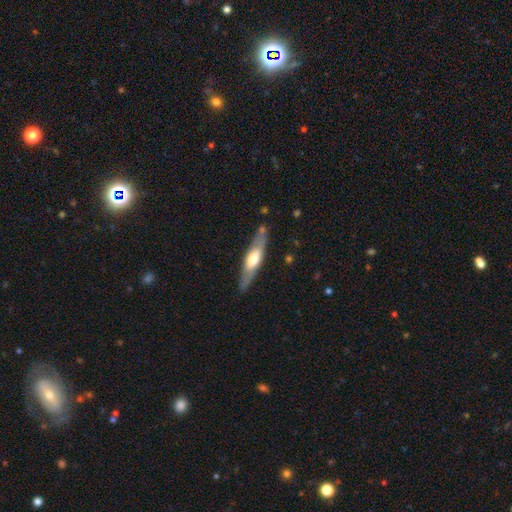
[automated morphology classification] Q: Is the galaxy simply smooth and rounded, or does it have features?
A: featured or disk — 60%.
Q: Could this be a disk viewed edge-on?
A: yes — 84%.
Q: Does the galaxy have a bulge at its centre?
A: rounded — 85%.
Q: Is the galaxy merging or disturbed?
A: none — 84%.